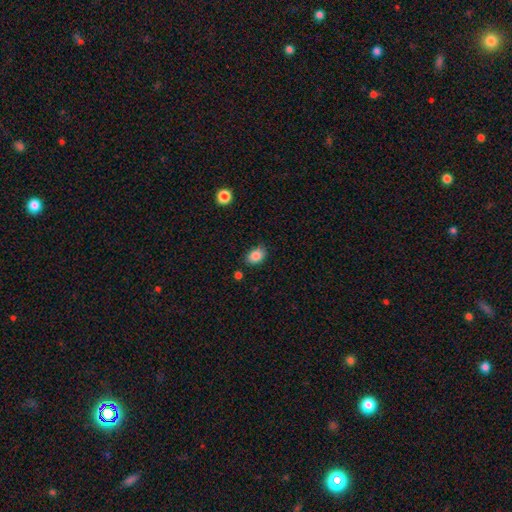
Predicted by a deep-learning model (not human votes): Smooth or featured?
  - smooth: 86% *
  - star or artifact: 9%
  - featured or disk: 5%
How rounded?
  - in between: 81% *
  - round: 18%
  - cigar-shaped: 1%
Merging?
  - none: 73% *
  - minor disturbance: 20%
  - major disturbance: 4%
  - merger: 3%